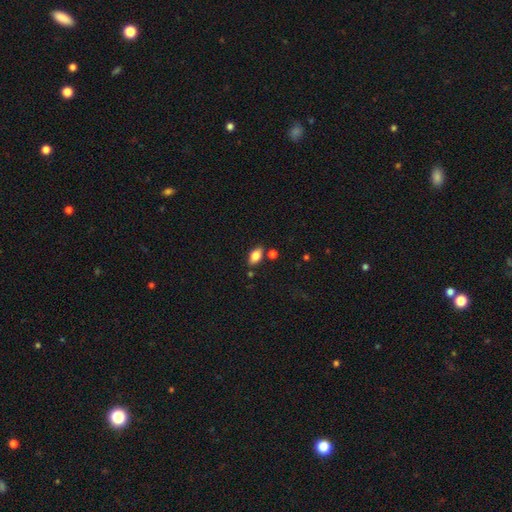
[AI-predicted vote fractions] smooth 78%, featured or disk 13%, star or artifact 8%. Down the decision tree: how rounded — in between (89%); merging — none (79%).